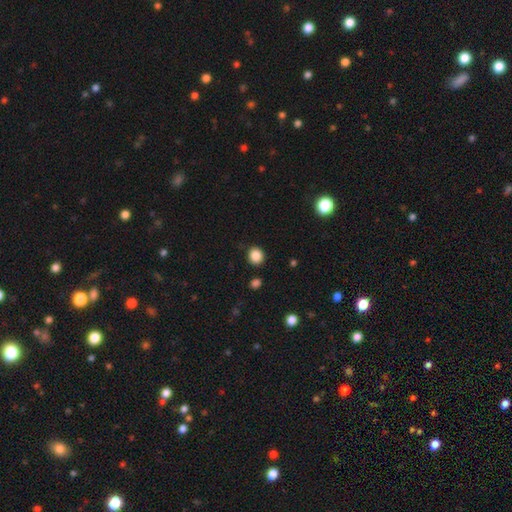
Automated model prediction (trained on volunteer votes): smooth-or-featured: smooth: 87% | star or artifact: 10% | featured or disk: 4%
  how-rounded: round: 78% | in between: 21% | cigar-shaped: 1%
  merging: none: 88% | minor disturbance: 8% | major disturbance: 2% | merger: 2%